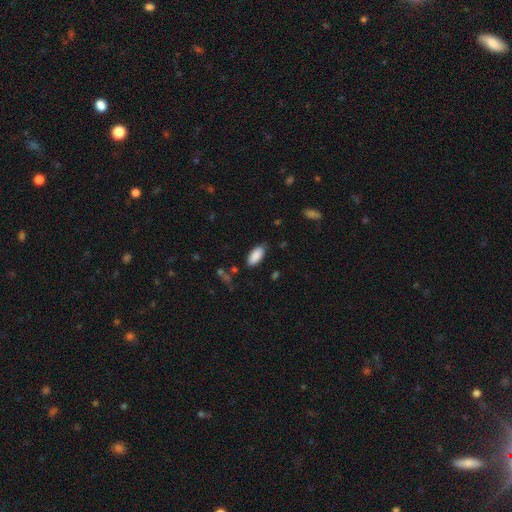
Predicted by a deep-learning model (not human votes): Smooth or featured?
  - smooth: 88% *
  - star or artifact: 6%
  - featured or disk: 5%
How rounded?
  - in between: 88% *
  - cigar-shaped: 11%
  - round: 2%
Merging?
  - none: 81% *
  - minor disturbance: 14%
  - major disturbance: 3%
  - merger: 2%